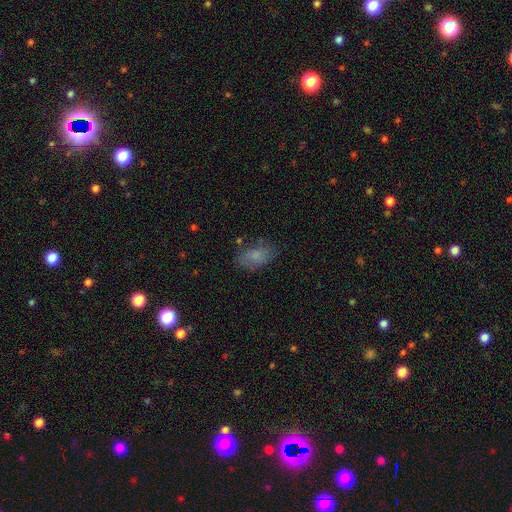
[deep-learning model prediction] smooth 77%, featured or disk 13%, star or artifact 9%. Down the decision tree: how rounded — in between (90%); merging — none (69%).